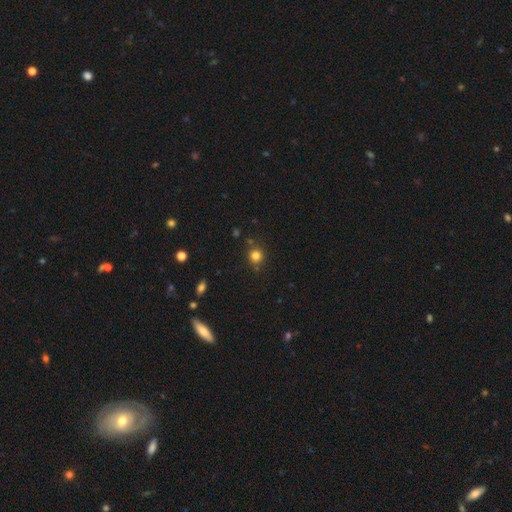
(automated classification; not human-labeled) The model was most divided on "smooth or featured": smooth: 81%, star or artifact: 14%, featured or disk: 5%. More confident: how rounded — round (91%); merging — none (82%).